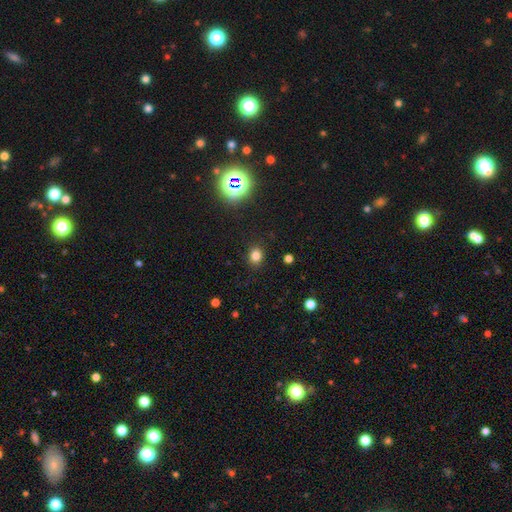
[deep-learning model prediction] smooth 79%, star or artifact 16%, featured or disk 5%. Down the decision tree: how rounded — round (69%); merging — none (88%).